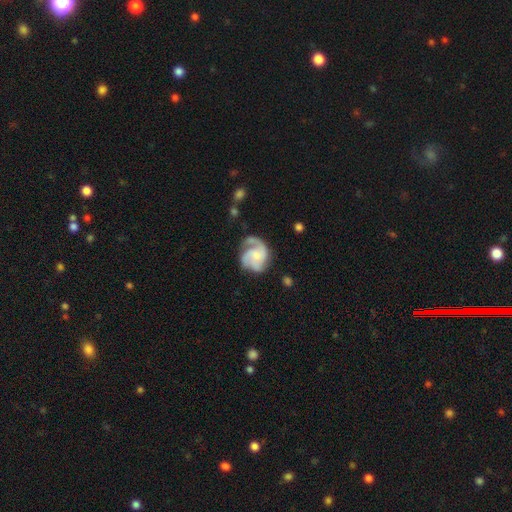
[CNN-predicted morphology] Smooth or featured? featured or disk (80%)
Edge-on disk? no (98%)
Bar? no (68%)
Spiral arms? yes (96%)
Spiral winding? medium (47%)
Spiral arm count? 3 (57%)
Bulge size? small (43%)
Merging? none (60%)